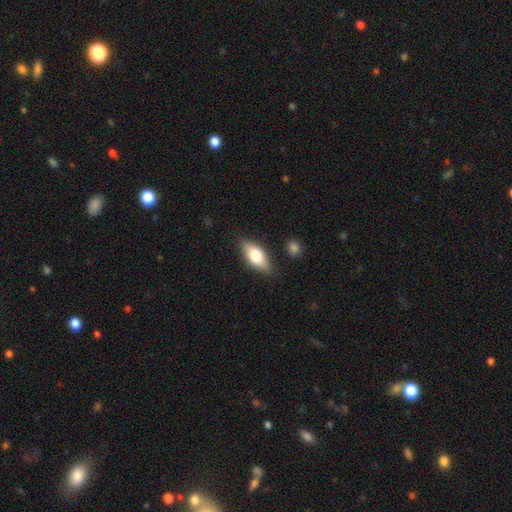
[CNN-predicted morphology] The model was most divided on "smooth or featured": smooth: 66%, featured or disk: 27%, star or artifact: 7%. More confident: merging — none (81%); how rounded — in between (78%).